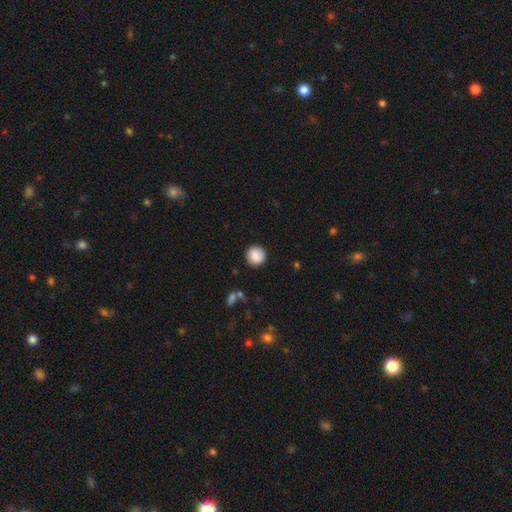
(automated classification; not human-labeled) smooth_or_featured: smooth (p=0.87) [alt: star or artifact p=0.08]
how_rounded: round (p=0.90) [alt: in between p=0.09]
merging: none (p=0.89) [alt: minor disturbance p=0.08]